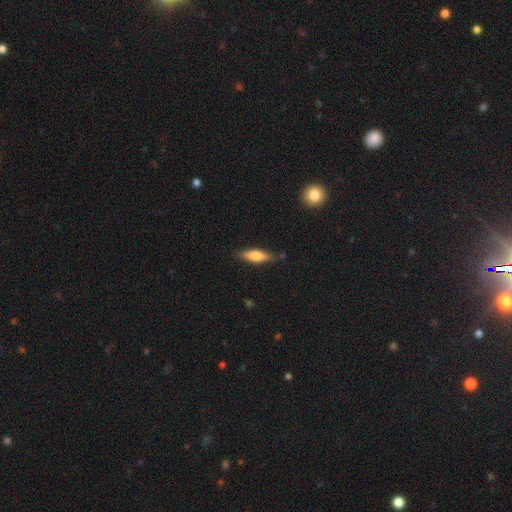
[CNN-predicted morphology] smooth-or-featured: smooth: 68% | featured or disk: 26% | star or artifact: 6%
  how-rounded: cigar-shaped: 59% | in between: 39% | round: 2%
  merging: none: 81% | minor disturbance: 14% | major disturbance: 3% | merger: 2%